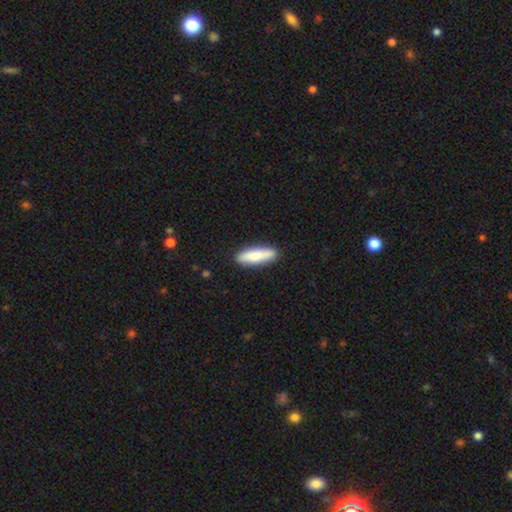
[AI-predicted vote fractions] smooth 79%, featured or disk 16%, star or artifact 5%. Down the decision tree: how rounded — cigar-shaped (64%); merging — none (88%).